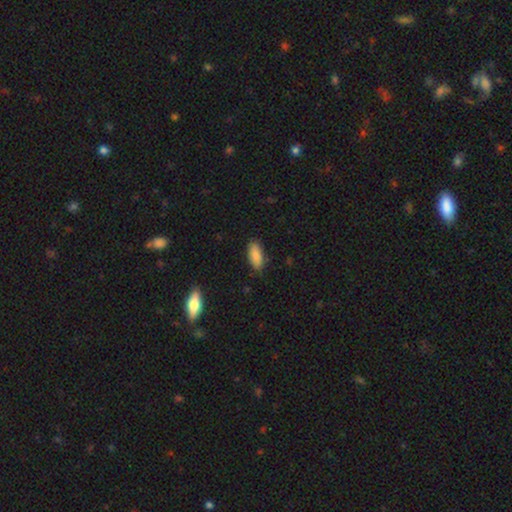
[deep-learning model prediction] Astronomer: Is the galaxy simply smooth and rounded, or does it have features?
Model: smooth — 86%.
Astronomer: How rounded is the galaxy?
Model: in between — 84%.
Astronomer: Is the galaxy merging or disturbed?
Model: none — 85%.